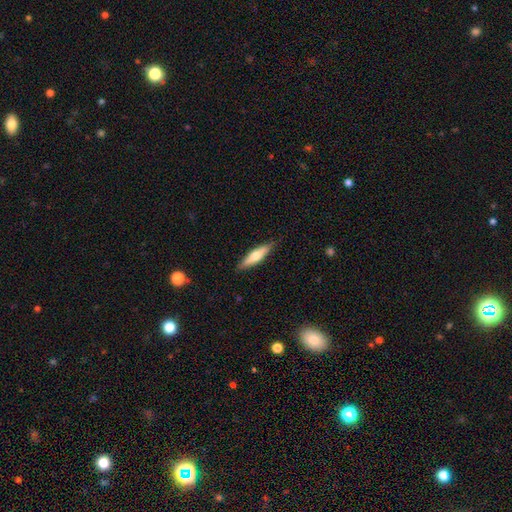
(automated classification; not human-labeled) Q: Smooth or featured?
A: smooth (51%); runner-up: featured or disk (44%)
Q: How rounded?
A: cigar-shaped (73%); runner-up: in between (25%)
Q: Merging?
A: none (87%); runner-up: minor disturbance (10%)